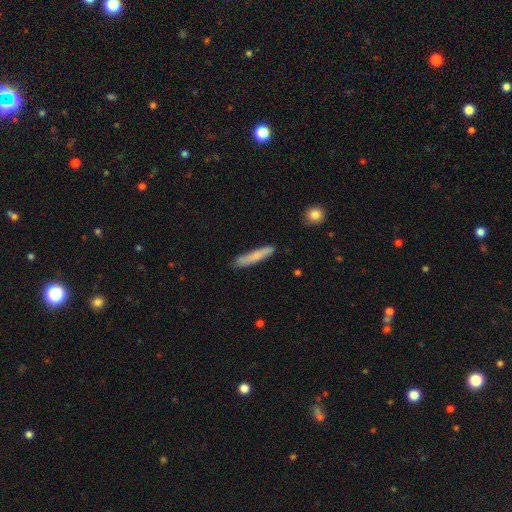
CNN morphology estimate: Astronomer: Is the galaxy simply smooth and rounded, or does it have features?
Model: smooth — 74%.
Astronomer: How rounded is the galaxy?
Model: cigar-shaped — 91%.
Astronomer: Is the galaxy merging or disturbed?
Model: none — 83%.